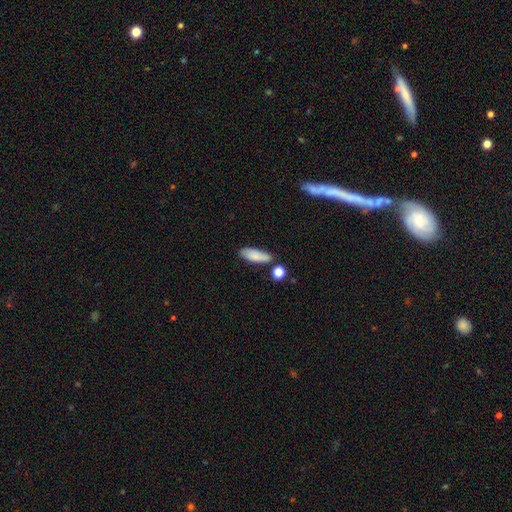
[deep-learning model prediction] This appears to be a smooth galaxy with no disk features (82%) that is in between round and cigar-shaped (65%). Merging: none (70%).